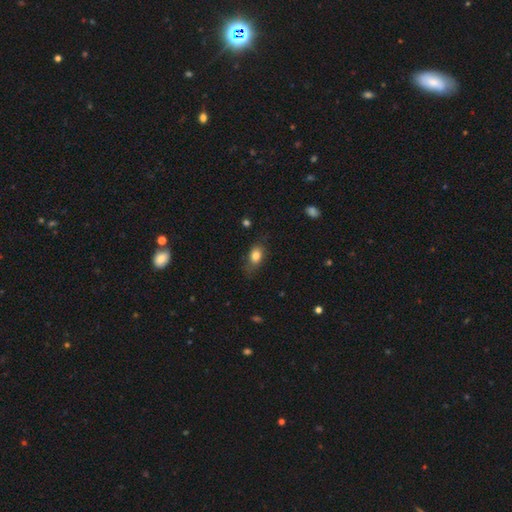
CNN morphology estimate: Smooth or featured: smooth — 81% (featured or disk — 10%)
How rounded: in between — 79% (round — 17%)
Merging: none — 67% (minor disturbance — 24%)